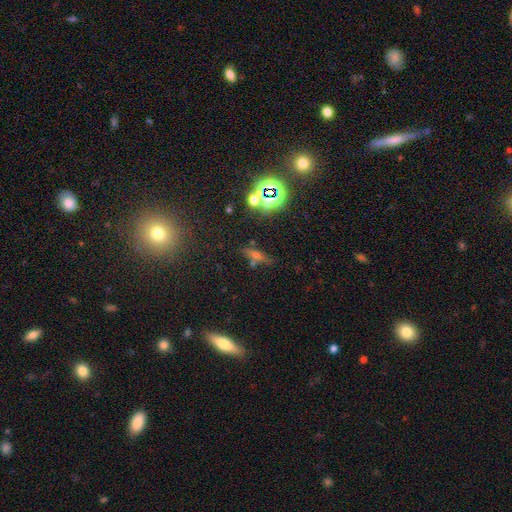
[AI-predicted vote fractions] smooth_or_featured: smooth (p=0.51) [alt: star or artifact p=0.31]
how_rounded: cigar-shaped (p=0.58) [alt: in between p=0.33]
merging: none (p=0.62) [alt: minor disturbance p=0.18]